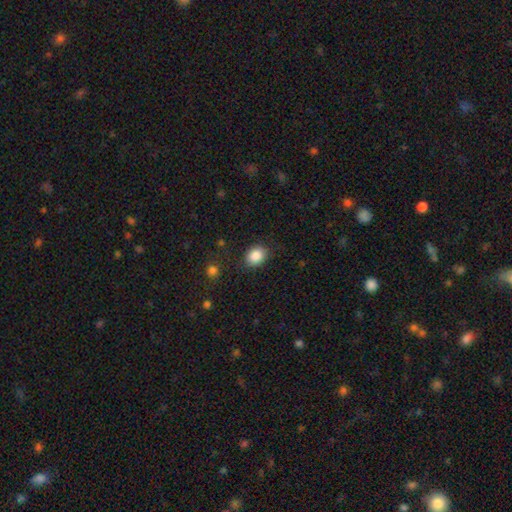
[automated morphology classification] This appears to be a smooth galaxy with no disk features (88%) that is in between round and cigar-shaped (57%). Merging: none (84%).